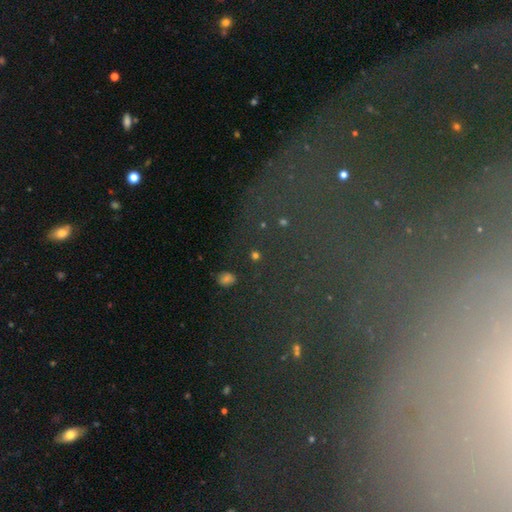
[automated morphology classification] smooth_or_featured: smooth (p=0.52) [alt: star or artifact p=0.39]
how_rounded: round (p=0.54) [alt: in between p=0.41]
merging: none (p=0.83) [alt: minor disturbance p=0.09]